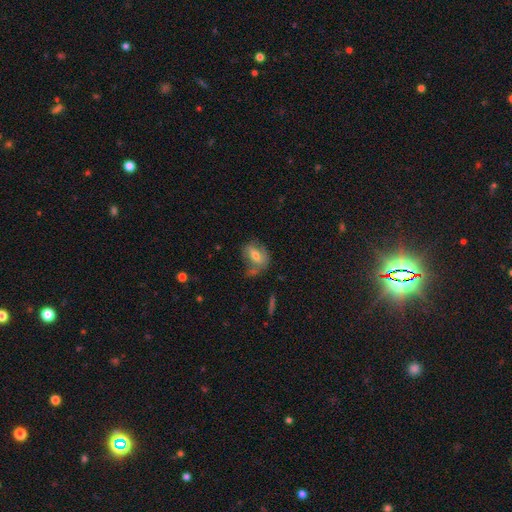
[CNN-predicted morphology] Q: Smooth or featured?
A: smooth (54%); runner-up: featured or disk (38%)
Q: How rounded?
A: in between (74%); runner-up: round (22%)
Q: Merging?
A: none (44%); runner-up: minor disturbance (28%)